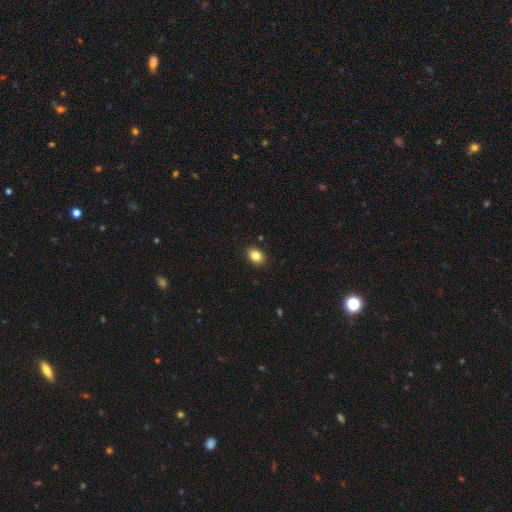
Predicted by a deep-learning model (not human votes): This appears to be a smooth galaxy with no disk features (84%) that is in between round and cigar-shaped (71%). Merging: none (88%).